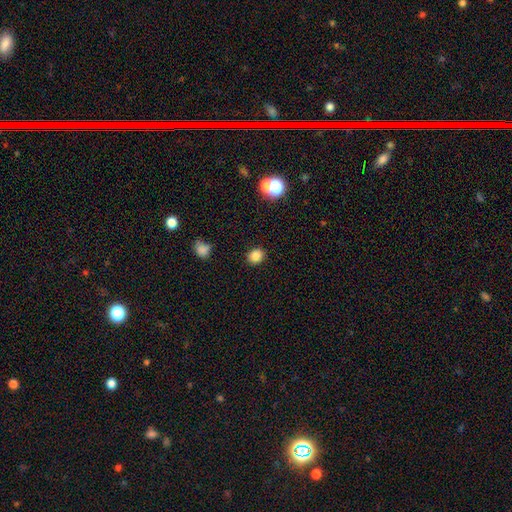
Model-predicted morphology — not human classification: The model was most divided on "how rounded": round: 71%, in between: 28%, cigar-shaped: 1%. More confident: merging — none (88%); smooth or featured — smooth (83%).